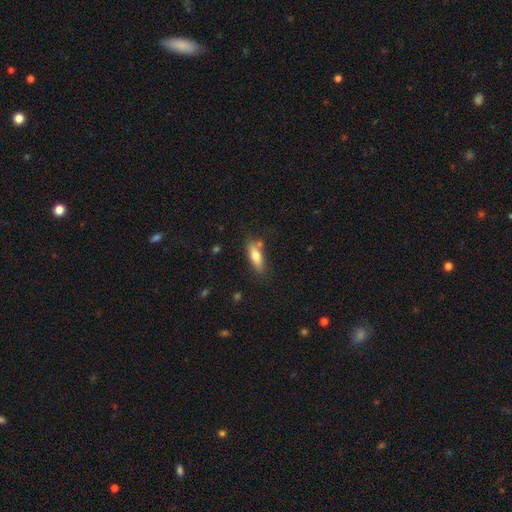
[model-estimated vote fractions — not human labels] Smooth or featured: smooth — 74% (featured or disk — 19%)
How rounded: in between — 63% (cigar-shaped — 34%)
Merging: none — 72% (minor disturbance — 17%)